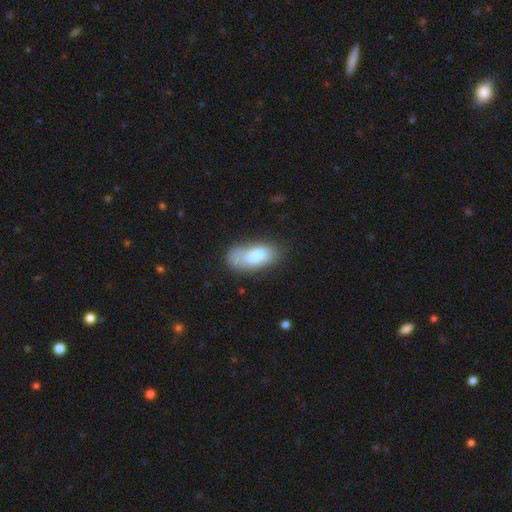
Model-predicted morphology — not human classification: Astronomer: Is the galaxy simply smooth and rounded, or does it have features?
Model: smooth — 75%.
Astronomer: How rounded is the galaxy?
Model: in between — 88%.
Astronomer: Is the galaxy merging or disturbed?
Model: none — 48% (runner-up: minor disturbance, 26%).